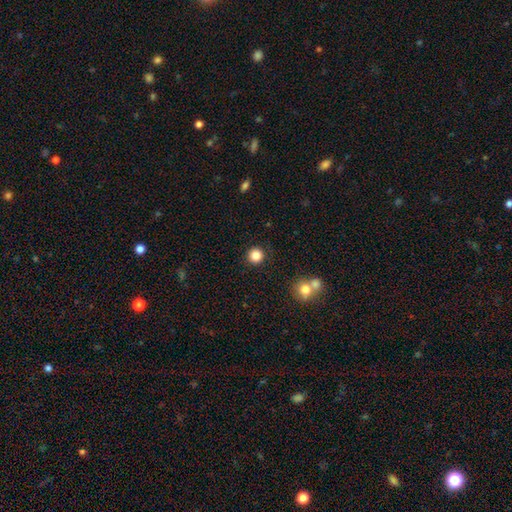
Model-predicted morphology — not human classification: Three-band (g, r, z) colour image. It shows a smooth galaxy with no disk features (84%) that is round (94%). Merging: none (91%).